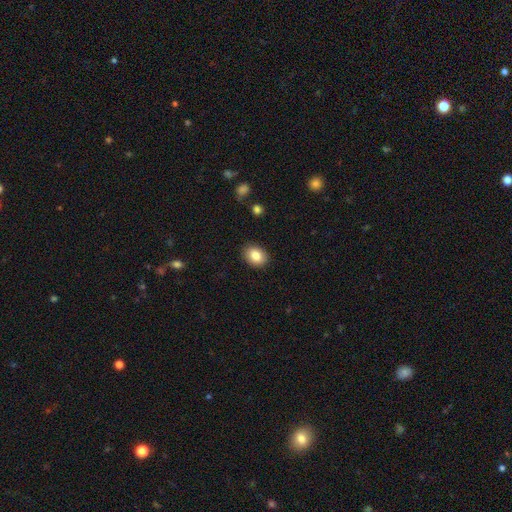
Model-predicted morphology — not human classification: This is clearly a smooth galaxy (85%). How rounded: likely in between (65%). Merging: clearly none (89%).